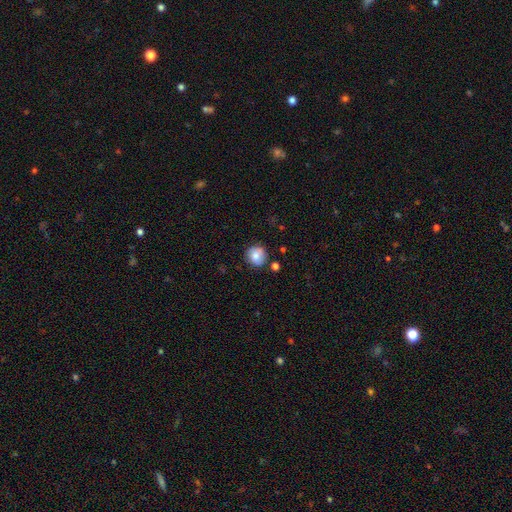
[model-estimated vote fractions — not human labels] This is clearly a smooth galaxy (80%). How rounded: clearly round (92%). Merging: clearly none (82%).